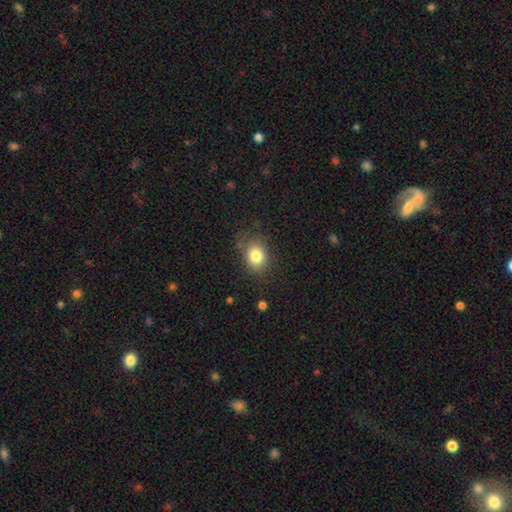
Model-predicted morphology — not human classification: This is clearly a smooth galaxy (82%). How rounded: possibly round (50%). Merging: likely none (73%).